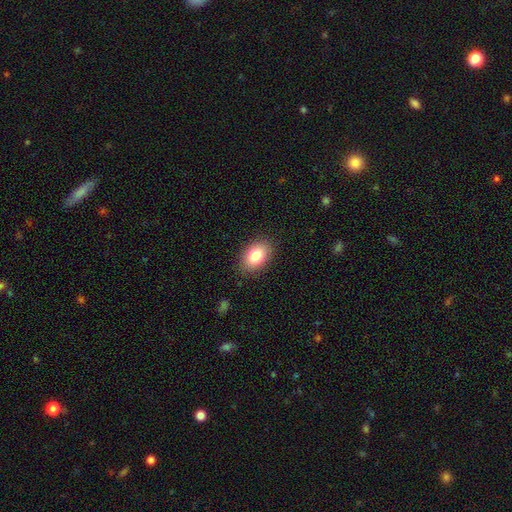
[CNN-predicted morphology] Smooth or featured?
  - smooth: 82% *
  - featured or disk: 9%
  - star or artifact: 8%
How rounded?
  - in between: 86% *
  - round: 13%
  - cigar-shaped: 1%
Merging?
  - none: 86% *
  - minor disturbance: 10%
  - major disturbance: 3%
  - merger: 1%